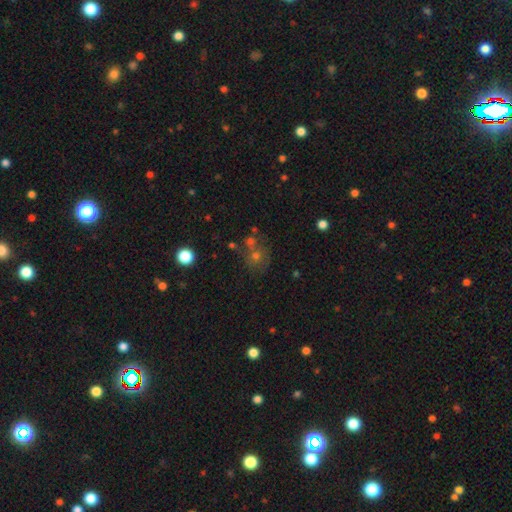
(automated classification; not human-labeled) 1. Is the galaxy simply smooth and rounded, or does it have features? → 52% smooth, 28% star or artifact, 19% featured or disk.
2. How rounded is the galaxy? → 82% round, 17% in between, 1% cigar-shaped.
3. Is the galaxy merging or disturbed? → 55% none, 26% merger, 12% minor disturbance, 7% major disturbance.